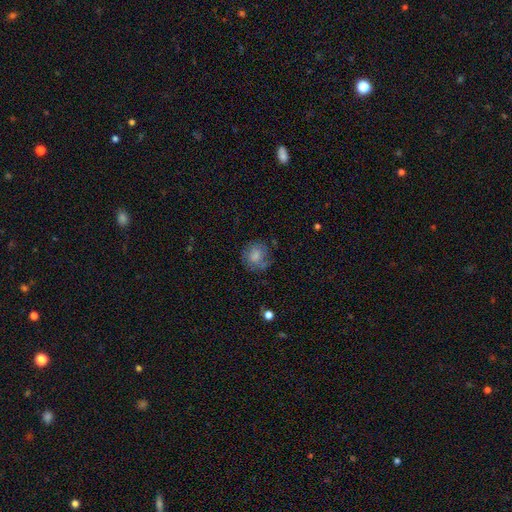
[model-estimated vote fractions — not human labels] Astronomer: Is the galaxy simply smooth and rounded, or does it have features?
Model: smooth — 70%.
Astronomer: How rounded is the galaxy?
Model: round — 76%.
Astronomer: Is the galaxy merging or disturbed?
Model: none — 63%.